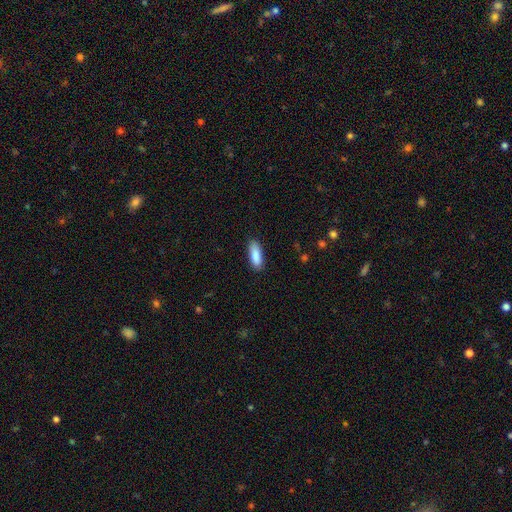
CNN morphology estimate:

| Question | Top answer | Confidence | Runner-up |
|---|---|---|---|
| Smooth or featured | smooth | 89% | star or artifact (6%) |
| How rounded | in between | 64% | cigar-shaped (34%) |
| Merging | none | 85% | minor disturbance (12%) |